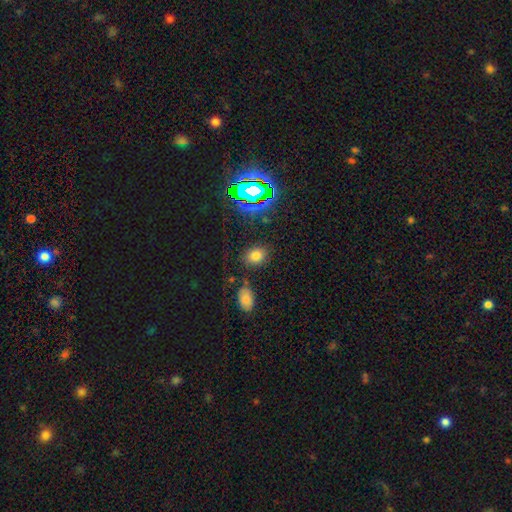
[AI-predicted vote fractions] This is likely a smooth galaxy (69%). How rounded: possibly in between (55%). Merging: clearly none (82%).